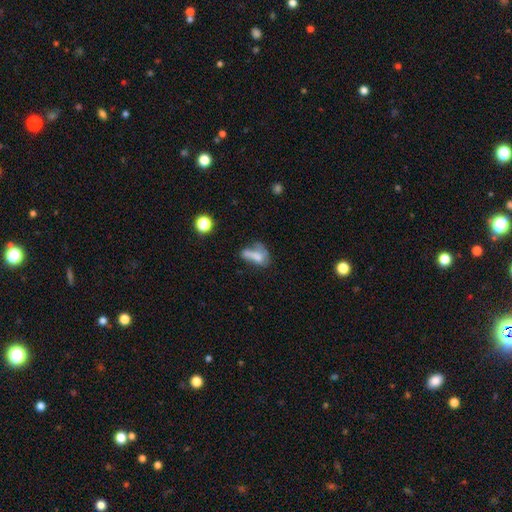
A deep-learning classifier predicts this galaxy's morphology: smooth-or-featured: smooth: 57% | featured or disk: 30% | star or artifact: 13%
  how-rounded: in between: 75% | cigar-shaped: 14% | round: 12%
  merging: major disturbance: 31% | none: 25% | merger: 24% | minor disturbance: 20%